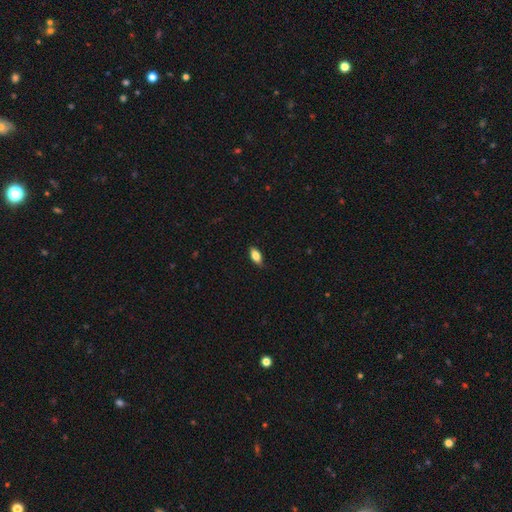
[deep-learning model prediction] A smooth galaxy with no disk features (81%) that is in between round and cigar-shaped (87%). Merging: none (83%).